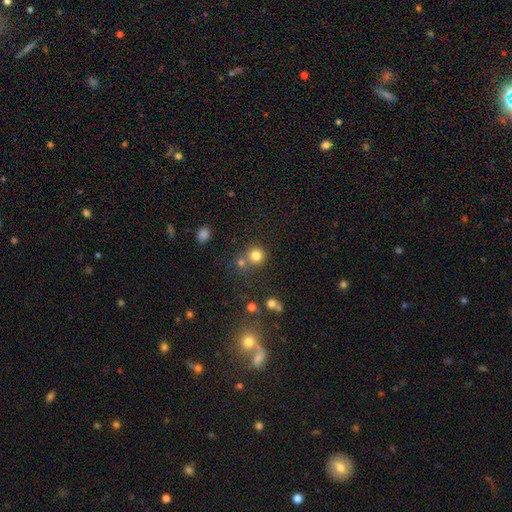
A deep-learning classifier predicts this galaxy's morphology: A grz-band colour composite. It shows a smooth galaxy with no disk features (79%) that is round (90%). Merging: none (63%).